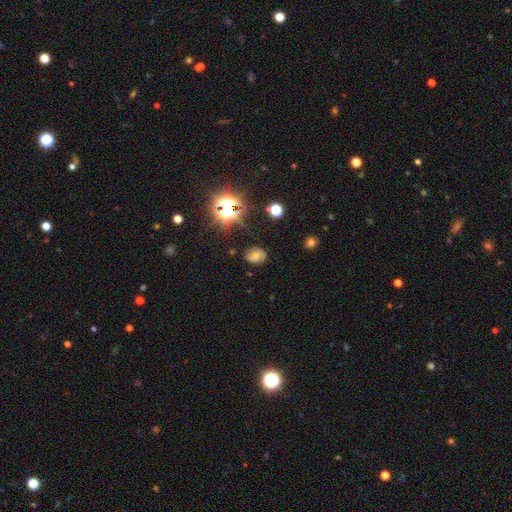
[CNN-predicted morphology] A smooth galaxy with no disk features (59%) that is in between round and cigar-shaped (71%). Merging: none (74%).